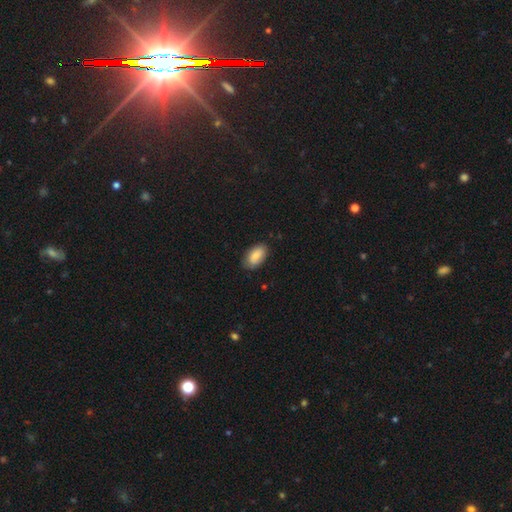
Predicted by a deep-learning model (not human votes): A smooth galaxy with no disk features (84%) that is in between round and cigar-shaped (94%). Merging: none (81%).